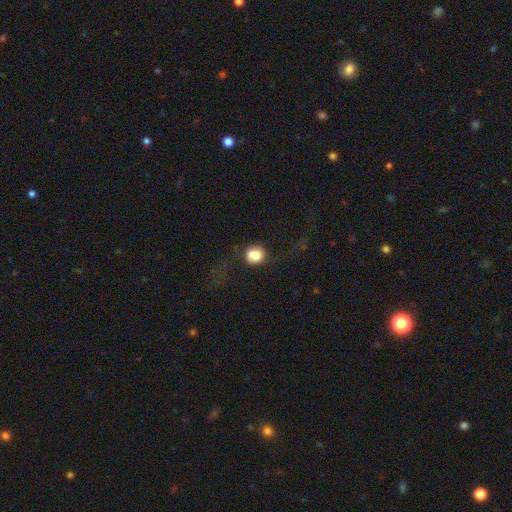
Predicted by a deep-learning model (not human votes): A smooth galaxy with no disk features (78%) that is round (82%). Merging: none (59%).